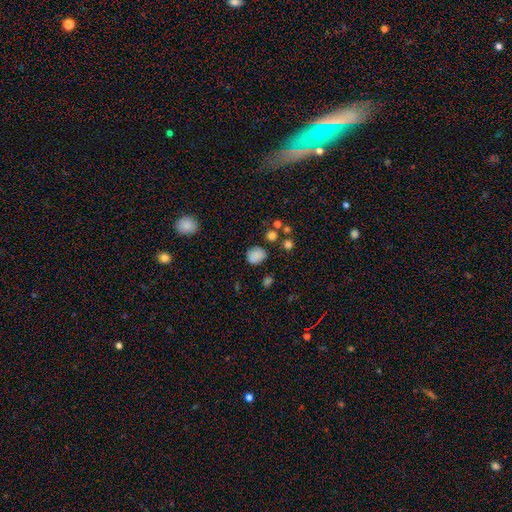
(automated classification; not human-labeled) smooth 81%, star or artifact 12%, featured or disk 7%. Down the decision tree: how rounded — round (66%); merging — none (70%).